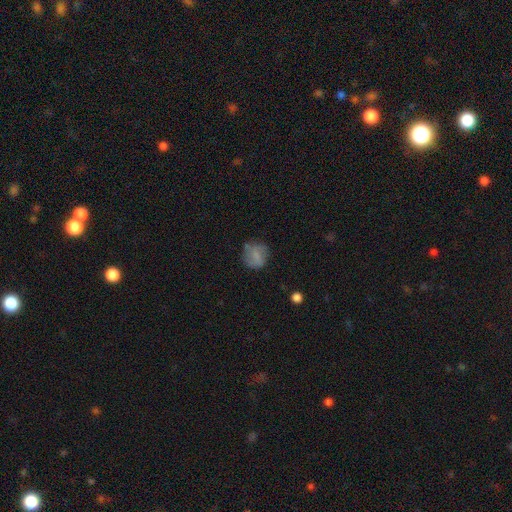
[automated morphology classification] Smooth or featured? smooth (71%)
How rounded? round (76%)
Merging? none (67%)